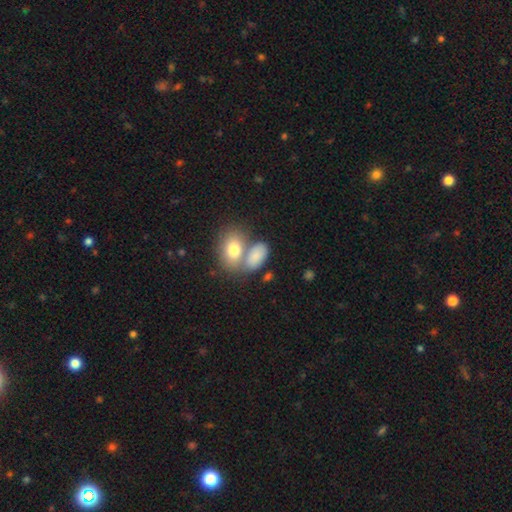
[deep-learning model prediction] Smooth or featured? smooth (80%)
How rounded? in between (90%)
Merging? merger (48%)